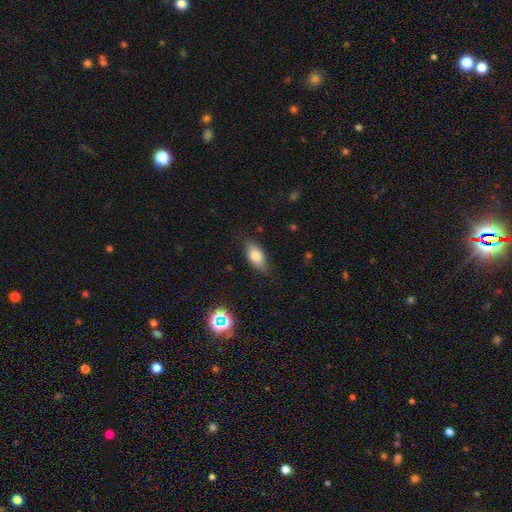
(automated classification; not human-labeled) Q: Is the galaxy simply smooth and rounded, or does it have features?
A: smooth — 77%.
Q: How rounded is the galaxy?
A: in between — 86%.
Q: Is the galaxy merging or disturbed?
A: none — 77%.